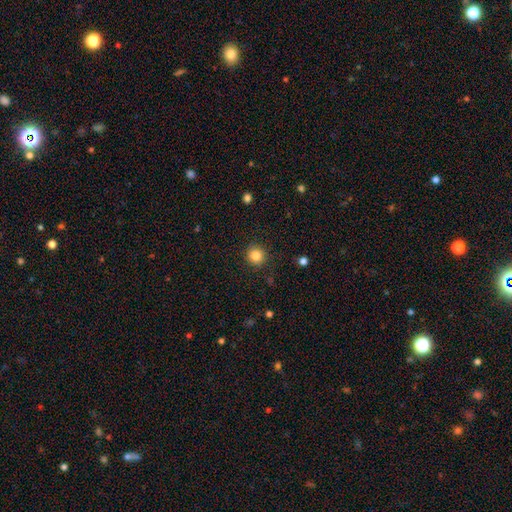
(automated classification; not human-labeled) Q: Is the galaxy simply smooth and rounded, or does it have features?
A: smooth — 84%.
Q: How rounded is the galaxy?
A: round — 93%.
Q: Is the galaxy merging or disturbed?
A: none — 90%.